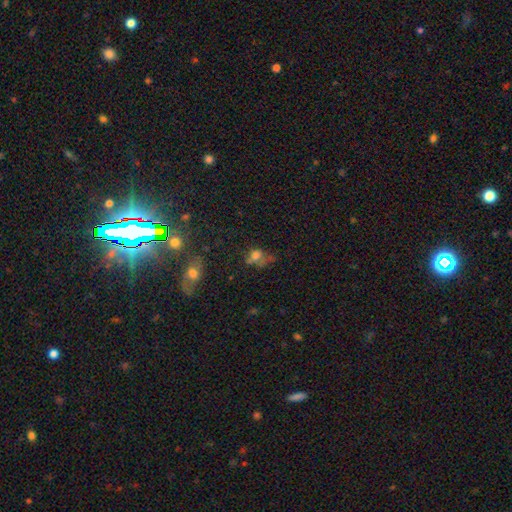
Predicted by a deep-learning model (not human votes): Morphology: type=smooth (57%); roundness=in between (52%); merging=none (36%).